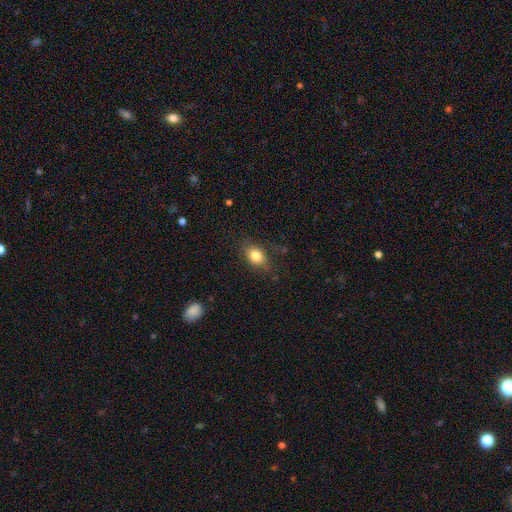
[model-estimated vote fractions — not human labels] smooth_or_featured: smooth (p=0.80) [alt: featured or disk p=0.10]
how_rounded: in between (p=0.66) [alt: round p=0.32]
merging: none (p=0.75) [alt: minor disturbance p=0.18]